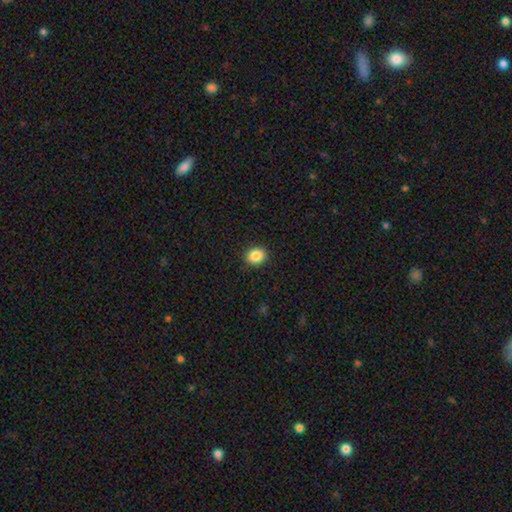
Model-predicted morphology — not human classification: smooth 86%, star or artifact 9%, featured or disk 4%. Down the decision tree: how rounded — round (71%); merging — none (91%).